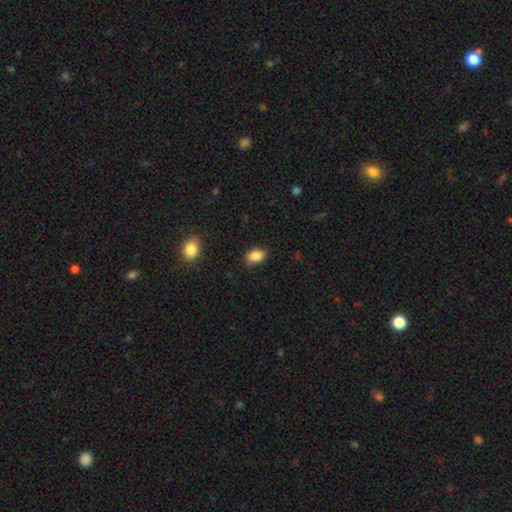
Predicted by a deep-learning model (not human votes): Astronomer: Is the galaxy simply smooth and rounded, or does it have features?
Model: smooth — 86%.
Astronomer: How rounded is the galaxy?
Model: in between — 85%.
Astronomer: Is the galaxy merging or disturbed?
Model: none — 75%.